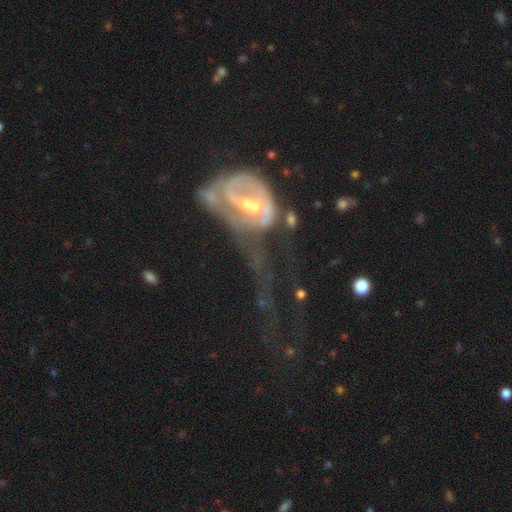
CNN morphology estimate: Smooth or featured? Predicted: featured or disk (p=0.74). Edge-on disk? Predicted: no (p=0.93). Bar? Predicted: weak (p=0.38). Spiral arms? Predicted: yes (p=0.57). Bulge size? Predicted: moderate (p=0.48). Merging? Predicted: major disturbance (p=0.57).